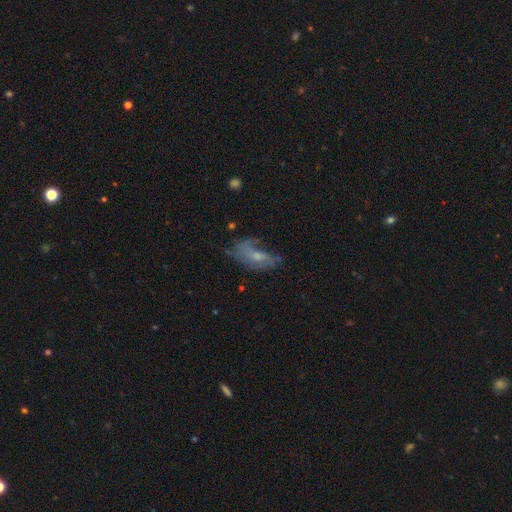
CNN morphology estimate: Smooth or featured? Predicted: featured or disk (p=0.56). Edge-on disk? Predicted: no (p=0.90). Bar? Predicted: no (p=0.65). Spiral arms? Predicted: yes (p=0.65). Bulge size? Predicted: small (p=0.52). Merging? Predicted: none (p=0.42).